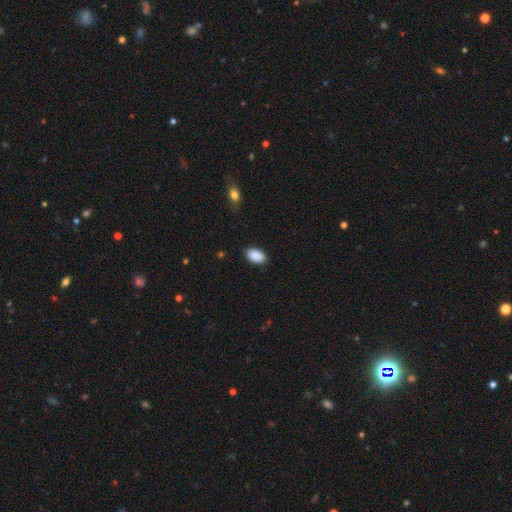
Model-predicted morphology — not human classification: Smooth or featured? smooth (90%)
How rounded? in between (93%)
Merging? none (86%)